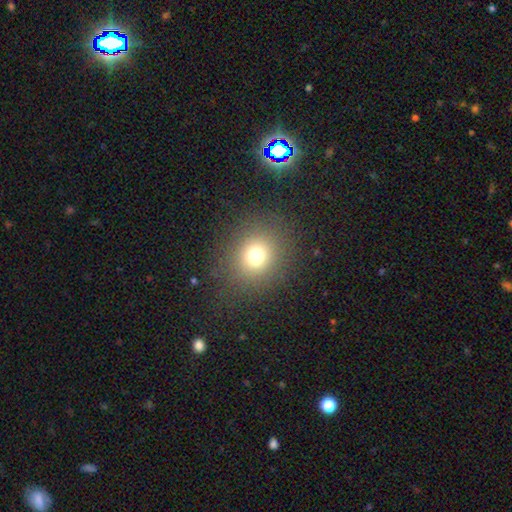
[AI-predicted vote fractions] A smooth galaxy with no disk features (72%) that is round (82%).

Vote fractions:
- Smooth or featured? smooth: 72% / star or artifact: 19% / featured or disk: 9%
- How rounded? round: 82% / in between: 17% / cigar-shaped: 1%
- Merging? none: 86% / minor disturbance: 8% / major disturbance: 6% / merger: 1%